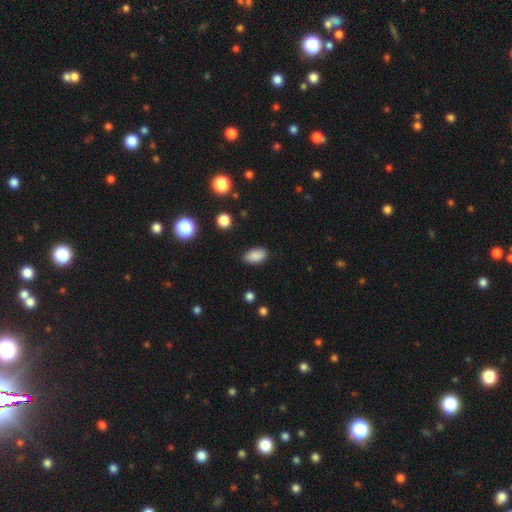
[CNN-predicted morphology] smooth_or_featured: smooth (p=0.88) [alt: star or artifact p=0.09]
how_rounded: in between (p=0.92) [alt: round p=0.05]
merging: none (p=0.85) [alt: minor disturbance p=0.11]